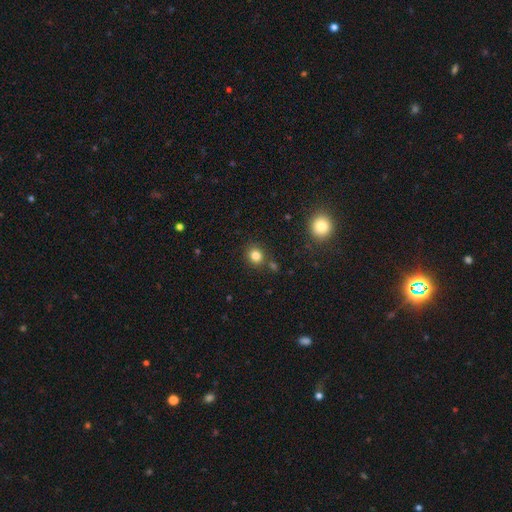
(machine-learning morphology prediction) smooth_or_featured: smooth (p=0.81) [alt: star or artifact p=0.13]
how_rounded: round (p=0.79) [alt: in between p=0.20]
merging: none (p=0.80) [alt: minor disturbance p=0.09]